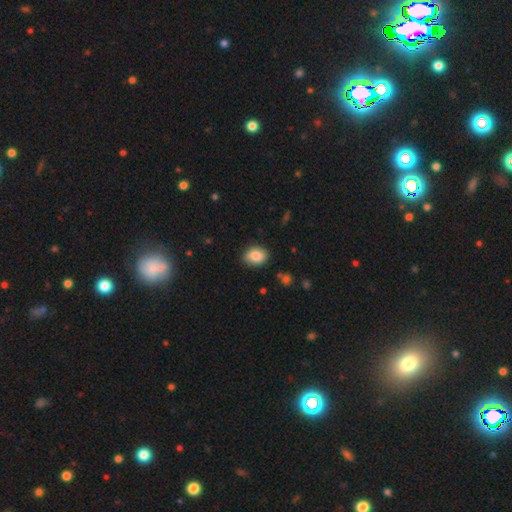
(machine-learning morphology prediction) Smooth or featured?
  - smooth: 82% *
  - featured or disk: 10%
  - star or artifact: 8%
How rounded?
  - in between: 56% *
  - round: 43%
  - cigar-shaped: 1%
Merging?
  - none: 84% *
  - minor disturbance: 12%
  - major disturbance: 2%
  - merger: 1%